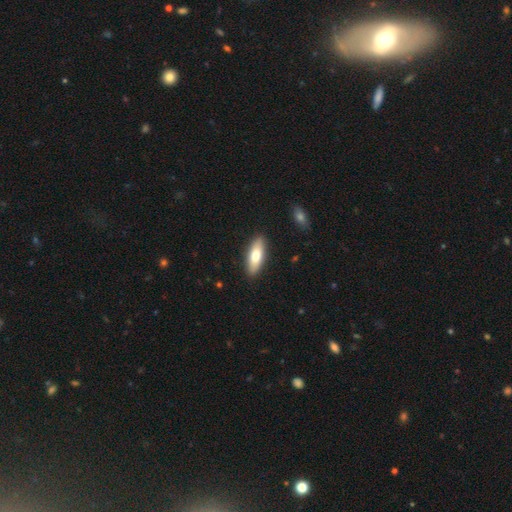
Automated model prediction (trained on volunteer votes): Q: Smooth or featured?
A: smooth (73%); runner-up: featured or disk (21%)
Q: How rounded?
A: in between (64%); runner-up: cigar-shaped (34%)
Q: Merging?
A: none (89%); runner-up: minor disturbance (8%)